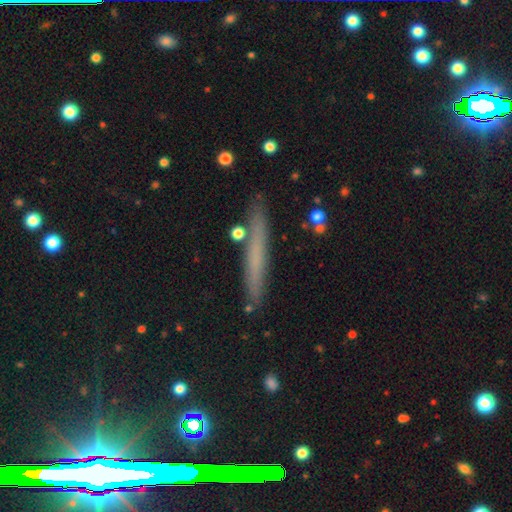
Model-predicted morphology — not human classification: This is possibly a smooth galaxy (48%). Merging: clearly none (84%).